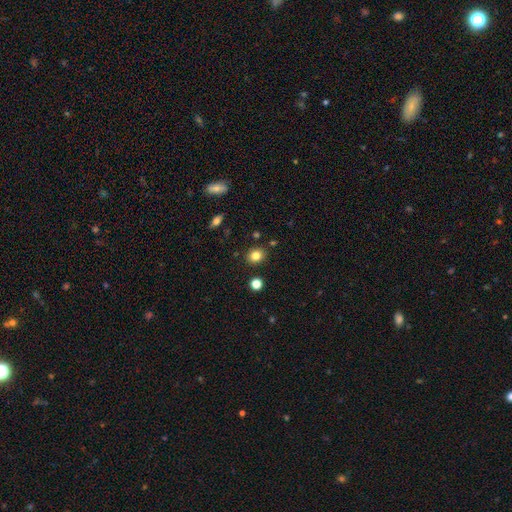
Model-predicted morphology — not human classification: This appears to be a smooth galaxy with no disk features (82%) that is round (76%). Merging: none (88%).